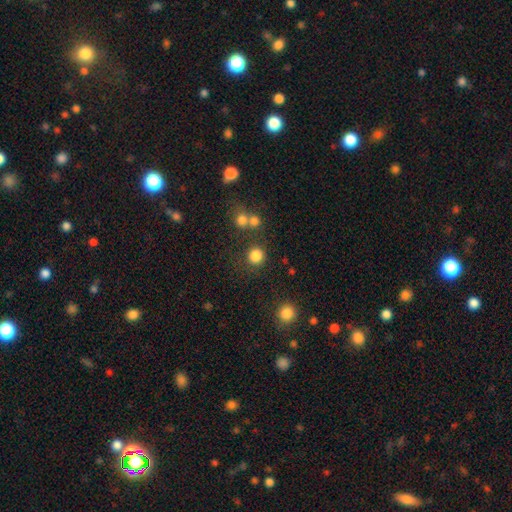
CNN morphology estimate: Overall: smooth (83%). How rounded: round (91%). Merging: none (79%).